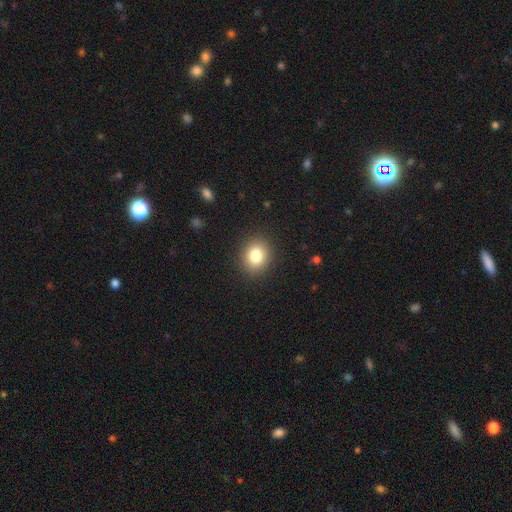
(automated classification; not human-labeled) A smooth galaxy with no disk features (81%) that is round (65%). Merging: none (90%).